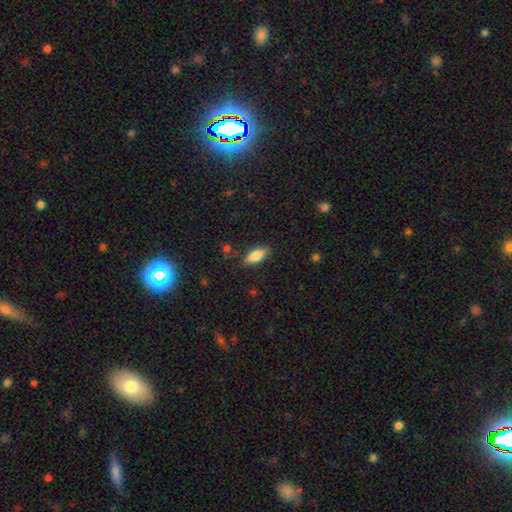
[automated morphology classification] The model was most divided on "smooth or featured": smooth: 76%, featured or disk: 17%, star or artifact: 7%. More confident: merging — none (83%); how rounded — in between (79%).